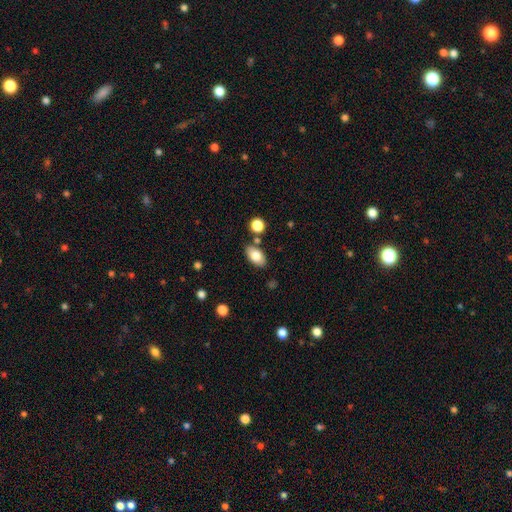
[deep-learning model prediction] The model was most divided on "smooth or featured": smooth: 80%, featured or disk: 13%, star or artifact: 8%. More confident: how rounded — in between (91%); merging — none (80%).